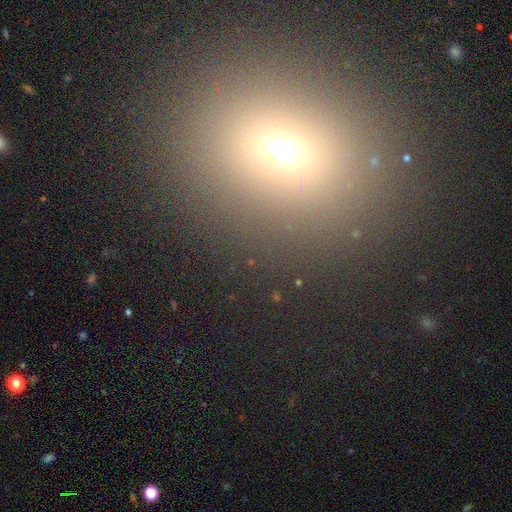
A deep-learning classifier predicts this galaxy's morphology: Smooth or featured? smooth (61%)
How rounded? round (70%)
Merging? none (84%)